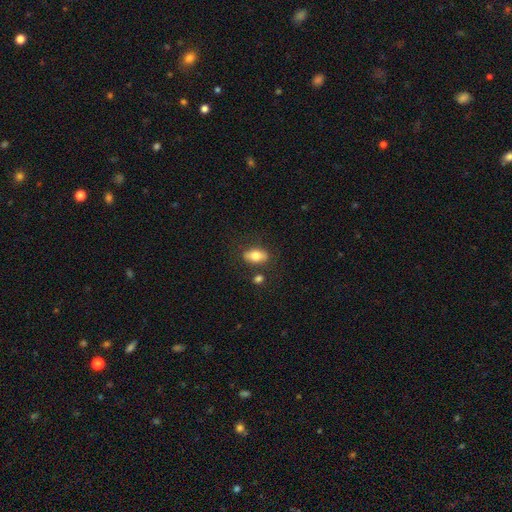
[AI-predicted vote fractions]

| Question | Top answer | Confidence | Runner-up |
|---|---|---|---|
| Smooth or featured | smooth | 75% | featured or disk (17%) |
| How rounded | in between | 87% | round (9%) |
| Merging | none | 76% | minor disturbance (13%) |